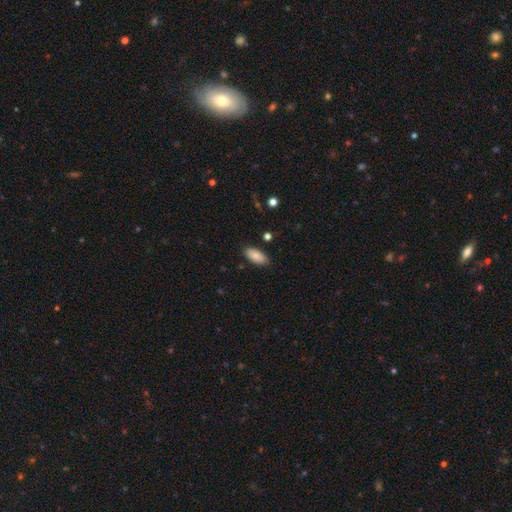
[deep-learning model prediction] Morphology: type=smooth (86%); roundness=in between (90%); merging=none (85%).